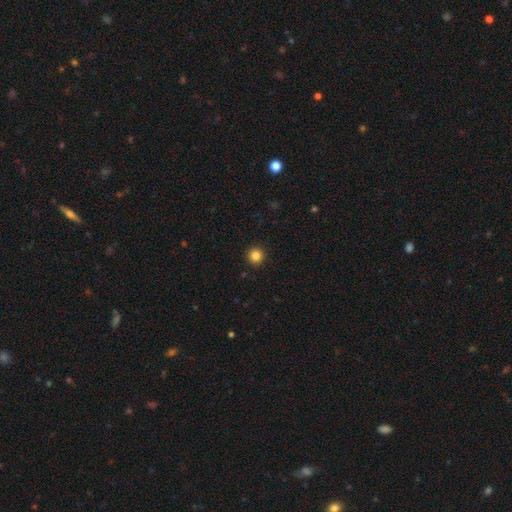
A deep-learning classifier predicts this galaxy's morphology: Smooth or featured: smooth — 85% (star or artifact — 11%)
How rounded: round — 95% (in between — 4%)
Merging: none — 93% (minor disturbance — 4%)